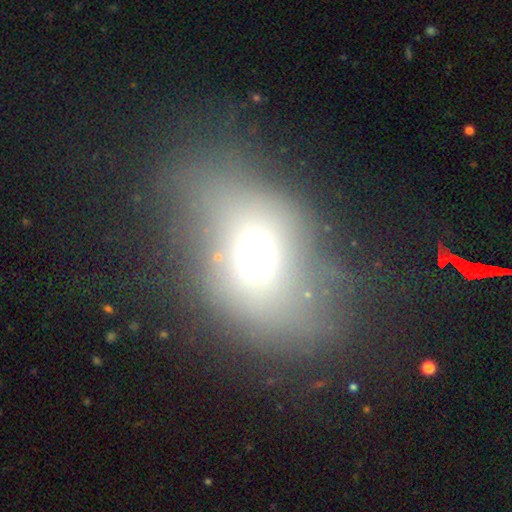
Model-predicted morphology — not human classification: type=smooth (59%); roundness=in between (70%); merging=none (48%).